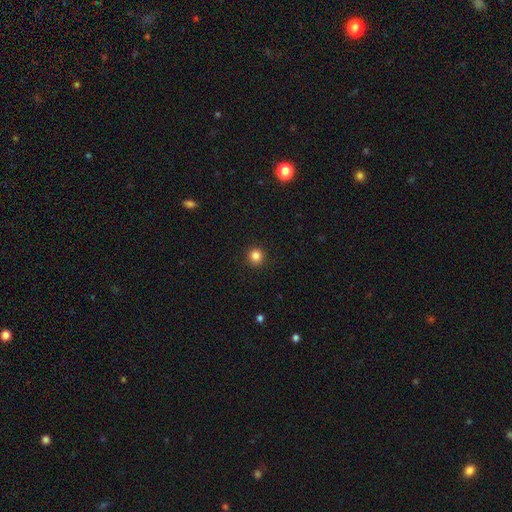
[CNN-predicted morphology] A smooth galaxy with no disk features (85%) that is round (94%). Merging: none (93%).